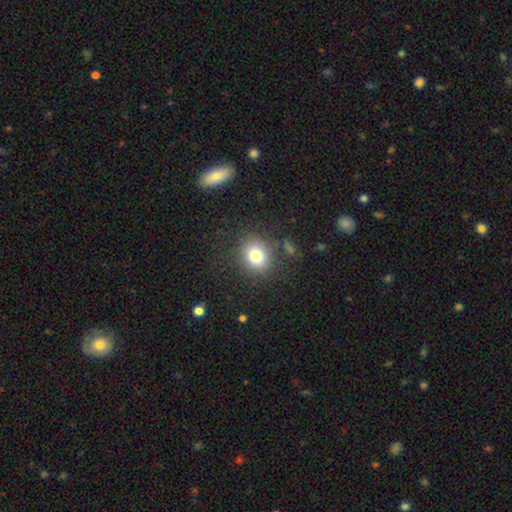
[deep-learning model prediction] smooth-or-featured: smooth: 79% | star or artifact: 12% | featured or disk: 9%
  how-rounded: round: 69% | in between: 31% | cigar-shaped: 1%
  merging: none: 83% | minor disturbance: 10% | major disturbance: 5% | merger: 3%